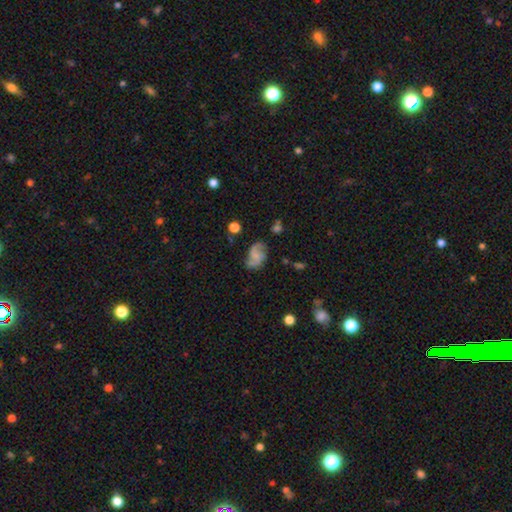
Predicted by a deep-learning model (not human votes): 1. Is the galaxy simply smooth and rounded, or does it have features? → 64% featured or disk, 27% smooth, 9% star or artifact.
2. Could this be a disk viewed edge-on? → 98% no, 2% yes.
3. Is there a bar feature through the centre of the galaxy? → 50% no, 40% weak, 10% strong.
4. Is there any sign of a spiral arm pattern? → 91% yes, 9% no.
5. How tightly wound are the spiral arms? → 55% loose, 35% medium, 10% tight.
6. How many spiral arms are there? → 89% 2, 5% can't tell, 3% 1, 2% 3, 1% 4, 1% more than 4.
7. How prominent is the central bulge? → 55% none, 29% small, 12% moderate, 3% large, 1% dominant.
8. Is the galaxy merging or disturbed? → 66% none, 22% minor disturbance, 9% major disturbance, 3% merger.